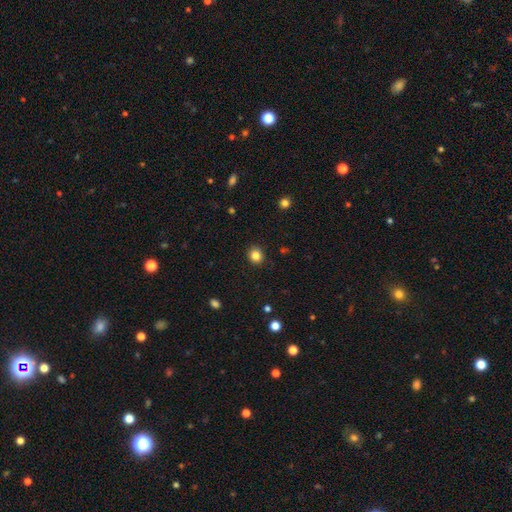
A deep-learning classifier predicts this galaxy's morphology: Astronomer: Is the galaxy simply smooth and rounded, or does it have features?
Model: smooth — 84%.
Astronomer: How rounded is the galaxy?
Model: round — 82%.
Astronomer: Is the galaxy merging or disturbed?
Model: none — 90%.